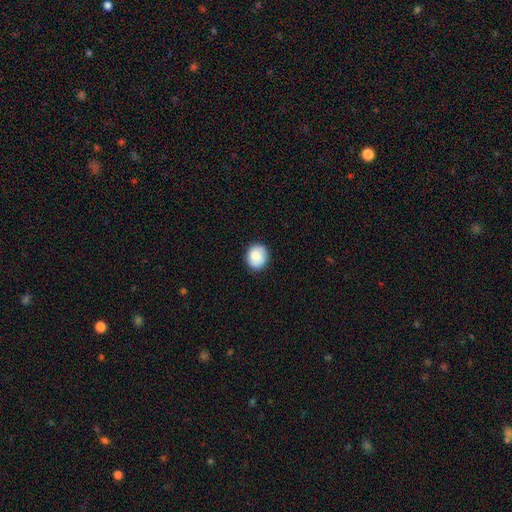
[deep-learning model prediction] Smooth or featured? smooth (83%)
How rounded? round (77%)
Merging? none (86%)